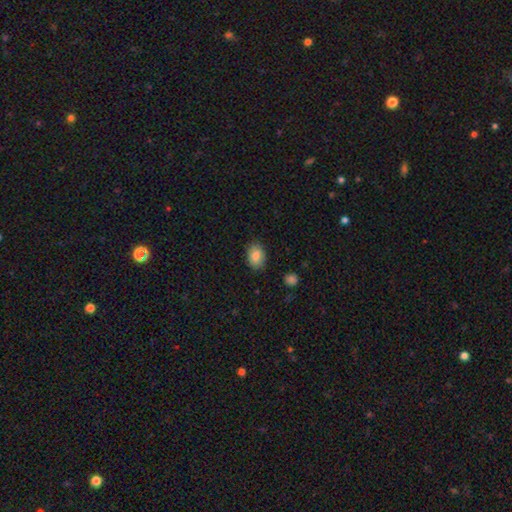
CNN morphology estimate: A smooth galaxy with no disk features (85%) that is in between round and cigar-shaped (79%).

Vote fractions:
- Smooth or featured? smooth: 85% / star or artifact: 8% / featured or disk: 7%
- How rounded? in between: 79% / round: 20% / cigar-shaped: 1%
- Merging? none: 84% / minor disturbance: 12% / major disturbance: 2% / merger: 1%